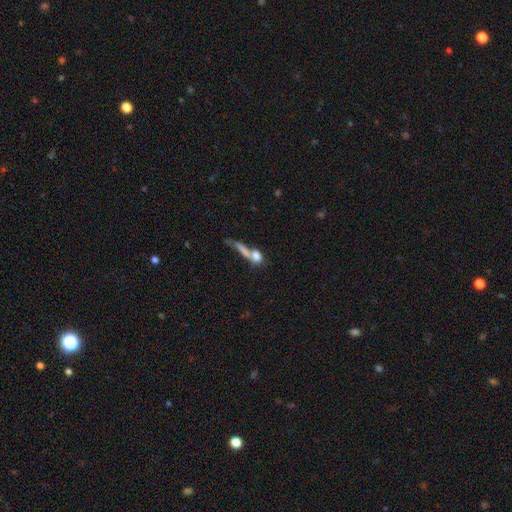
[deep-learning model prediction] Overall: smooth (67%). How rounded: in between (37%; cigar-shaped 34%). Merging: merger (47%; none 28%).